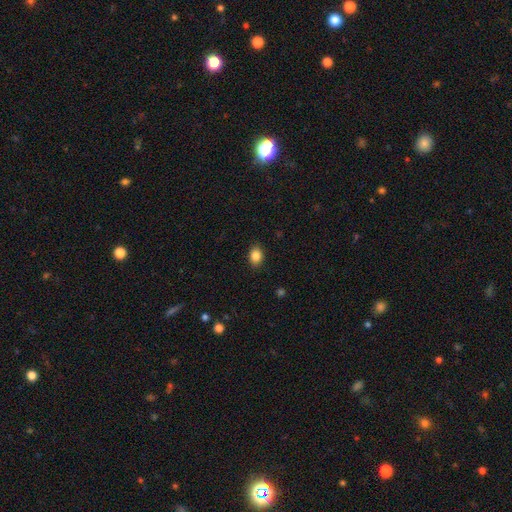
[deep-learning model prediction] smooth-or-featured: smooth: 86% | star or artifact: 9% | featured or disk: 5%
  how-rounded: in between: 67% | round: 32% | cigar-shaped: 1%
  merging: none: 88% | minor disturbance: 9% | major disturbance: 2% | merger: 1%